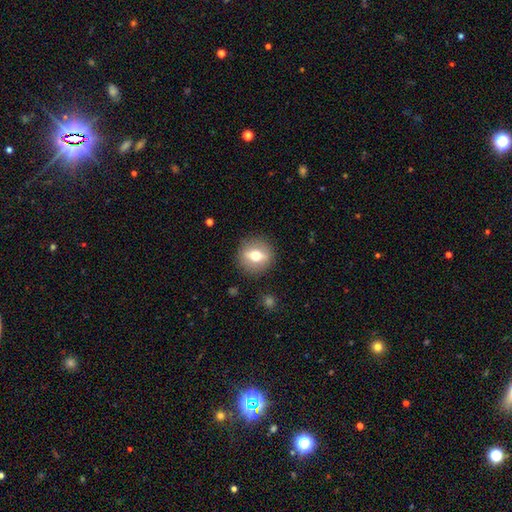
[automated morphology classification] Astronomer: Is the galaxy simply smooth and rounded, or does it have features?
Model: smooth — 54% (runner-up: featured or disk, 38%).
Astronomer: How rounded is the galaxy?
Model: round — 80%.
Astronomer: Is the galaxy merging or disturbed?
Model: none — 88%.